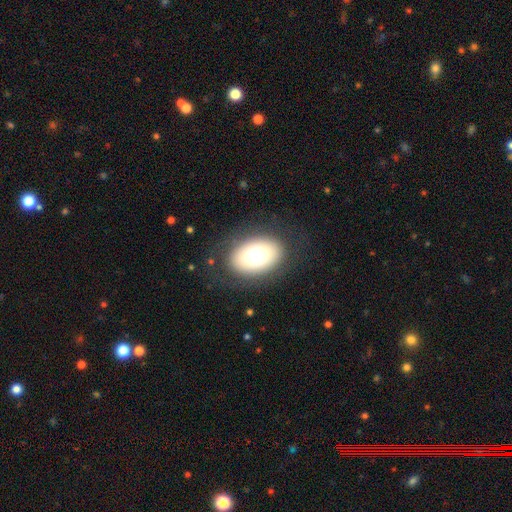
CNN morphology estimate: A smooth galaxy with no disk features (75%) that is in between round and cigar-shaped (83%). Merging: none (81%).